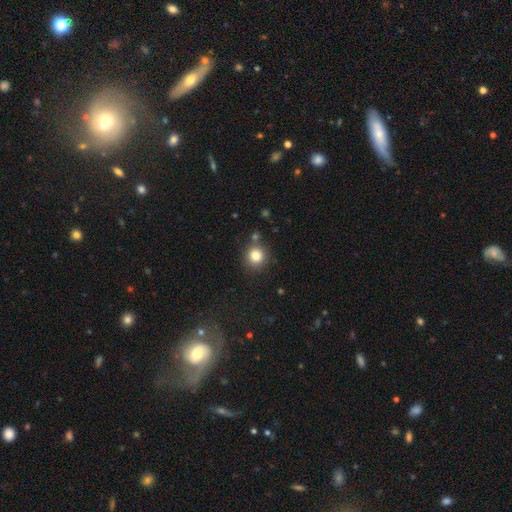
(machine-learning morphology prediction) Smooth or featured?
  - smooth: 81% *
  - star or artifact: 12%
  - featured or disk: 7%
How rounded?
  - round: 91% *
  - in between: 9%
  - cigar-shaped: 1%
Merging?
  - none: 81% *
  - minor disturbance: 9%
  - merger: 7%
  - major disturbance: 3%